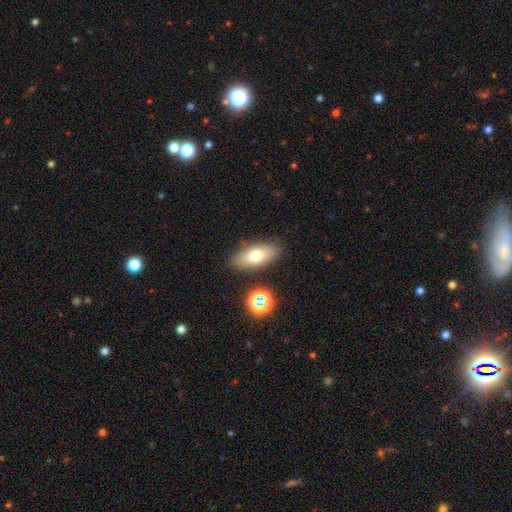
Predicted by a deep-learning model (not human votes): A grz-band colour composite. It shows a smooth galaxy with no disk features (70%) that is in between round and cigar-shaped (84%). Merging: none (85%).